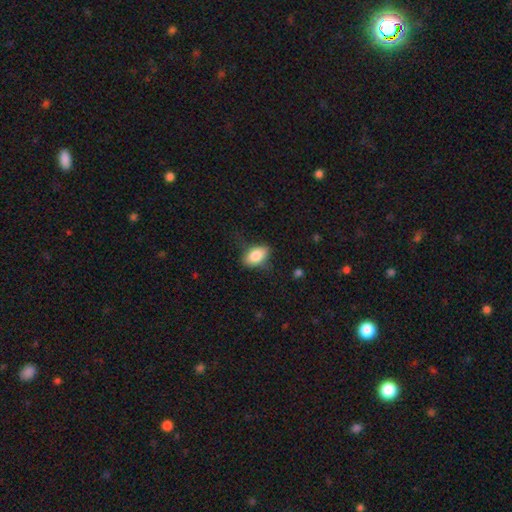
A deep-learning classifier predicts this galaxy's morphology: The model was most divided on "merging": none: 67%, minor disturbance: 24%, major disturbance: 8%, merger: 2%. More confident: how rounded — in between (88%); smooth or featured — smooth (81%).